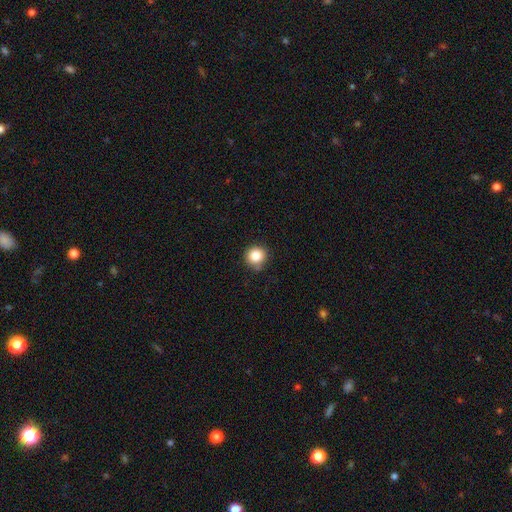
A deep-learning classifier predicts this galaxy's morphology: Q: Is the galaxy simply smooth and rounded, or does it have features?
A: smooth — 85%.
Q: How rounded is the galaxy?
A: round — 93%.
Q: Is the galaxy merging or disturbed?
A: none — 82%.